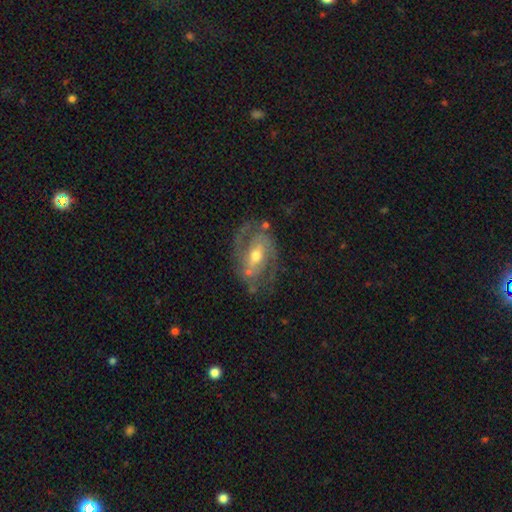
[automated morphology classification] Smooth or featured? featured or disk (84%)
Edge-on disk? no (96%)
Bar? weak (41%)
Spiral arms? yes (91%)
Spiral winding? medium (48%)
Spiral arm count? 2 (78%)
Bulge size? moderate (62%)
Merging? none (68%)